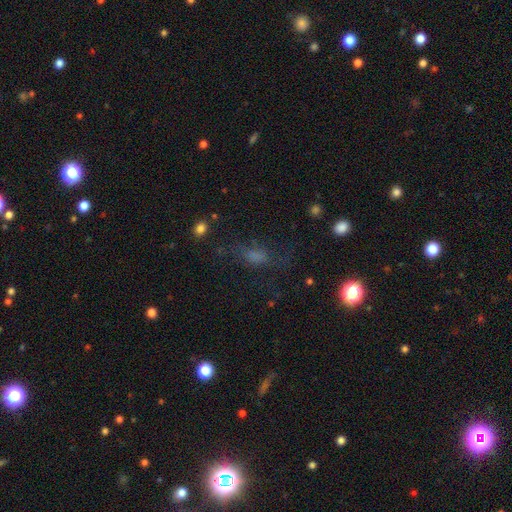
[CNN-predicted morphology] smooth_or_featured: smooth (p=0.56) [alt: star or artifact p=0.24]
how_rounded: in between (p=0.66) [alt: cigar-shaped p=0.20]
merging: none (p=0.55) [alt: major disturbance p=0.22]